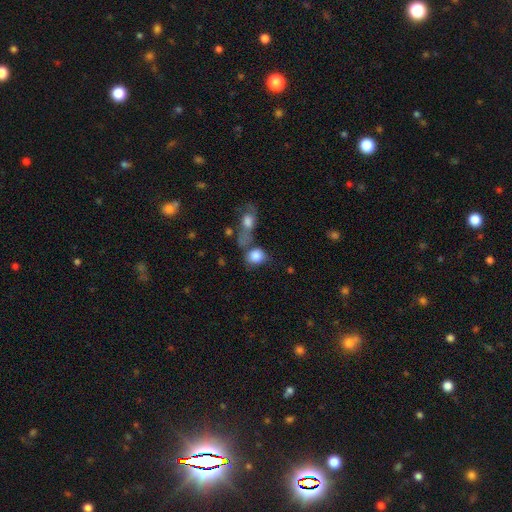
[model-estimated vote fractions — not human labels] Q: Smooth or featured?
A: smooth (82%); runner-up: featured or disk (10%)
Q: How rounded?
A: round (58%); runner-up: in between (39%)
Q: Merging?
A: none (37%); runner-up: merger (35%)